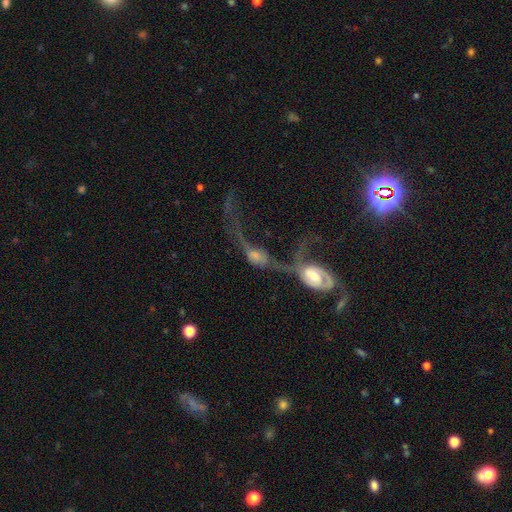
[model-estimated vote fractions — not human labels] This appears to be a featured or disk galaxy (61%). Merging: merger (61%).